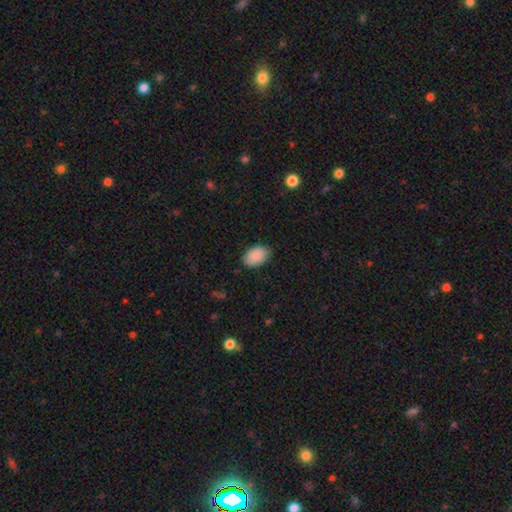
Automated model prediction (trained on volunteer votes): Smooth or featured? Predicted: smooth (p=0.89). How rounded? Predicted: in between (p=0.90). Merging? Predicted: none (p=0.84).